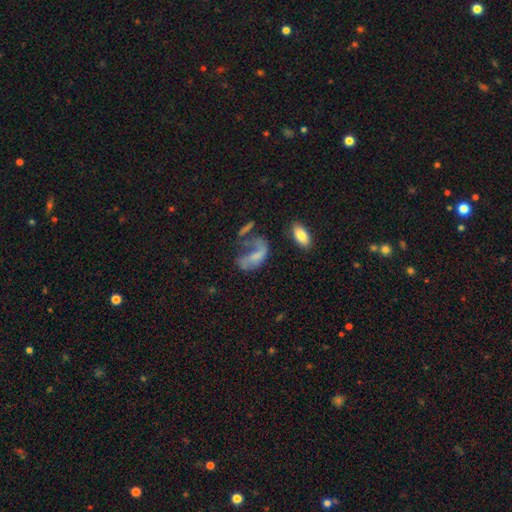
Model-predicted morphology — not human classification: Smooth or featured? Predicted: featured or disk (p=0.44). Merging? Predicted: major disturbance (p=0.44).